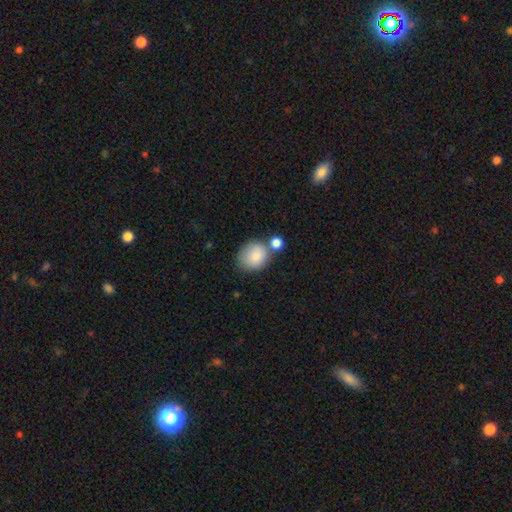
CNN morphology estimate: The model was most divided on "how rounded": round: 63%, in between: 36%, cigar-shaped: 1%. More confident: smooth or featured — smooth (84%); merging — none (55%).